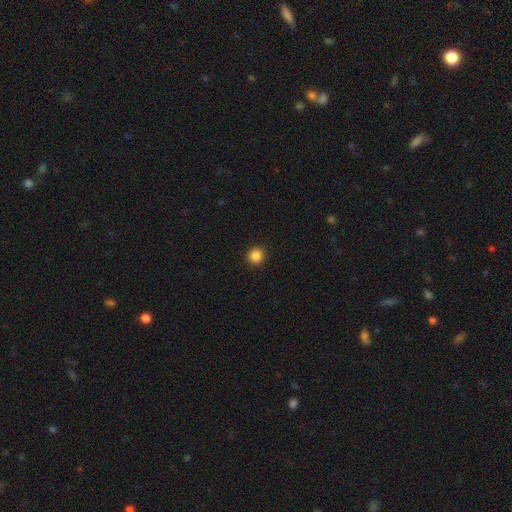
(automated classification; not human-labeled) This appears to be a smooth galaxy with no disk features (86%) that is round (92%). Merging: none (93%).